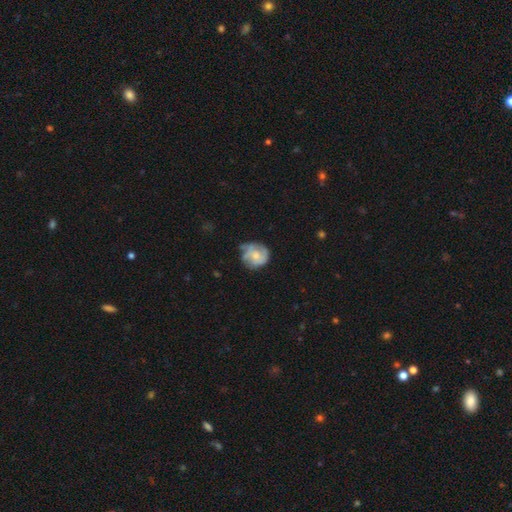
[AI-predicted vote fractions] The model was most divided on "smooth or featured": featured or disk: 50%, smooth: 43%, star or artifact: 7%. More confident: merging — none (56%).